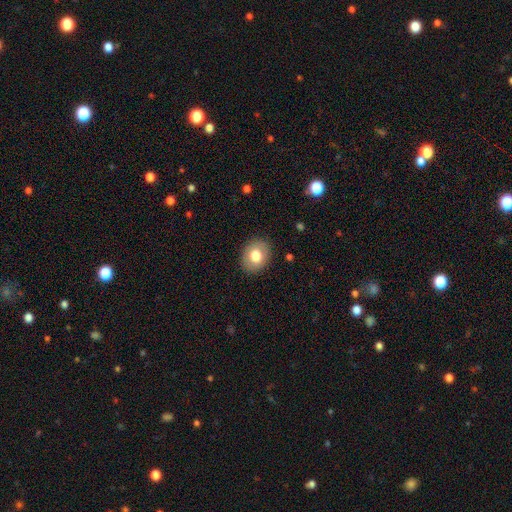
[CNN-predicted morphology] A smooth galaxy with no disk features (78%) that is in between round and cigar-shaped (53%).

Vote fractions:
- Smooth or featured? smooth: 78% / featured or disk: 14% / star or artifact: 8%
- How rounded? in between: 53% / round: 47% / cigar-shaped: 1%
- Merging? none: 89% / minor disturbance: 8% / major disturbance: 2% / merger: 1%